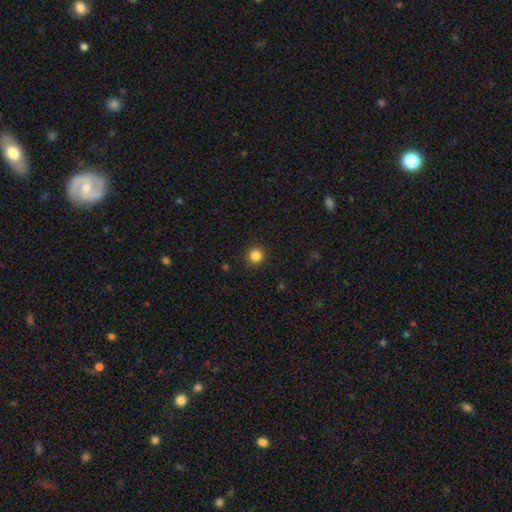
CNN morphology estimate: Smooth or featured?
  - smooth: 85% *
  - star or artifact: 11%
  - featured or disk: 4%
How rounded?
  - round: 93% *
  - in between: 6%
  - cigar-shaped: 1%
Merging?
  - none: 91% *
  - minor disturbance: 6%
  - major disturbance: 2%
  - merger: 1%